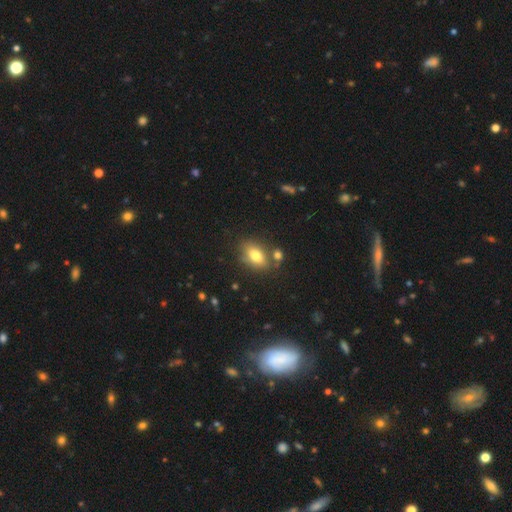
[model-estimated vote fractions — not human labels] This appears to be a smooth galaxy with no disk features (77%) that is in between round and cigar-shaped (85%). Merging: none (67%).